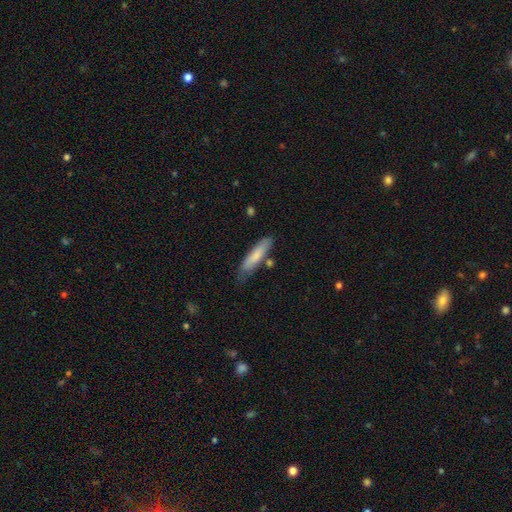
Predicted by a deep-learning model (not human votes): Q: Smooth or featured?
A: smooth (78%); runner-up: featured or disk (17%)
Q: How rounded?
A: cigar-shaped (74%); runner-up: in between (24%)
Q: Merging?
A: none (68%); runner-up: minor disturbance (23%)